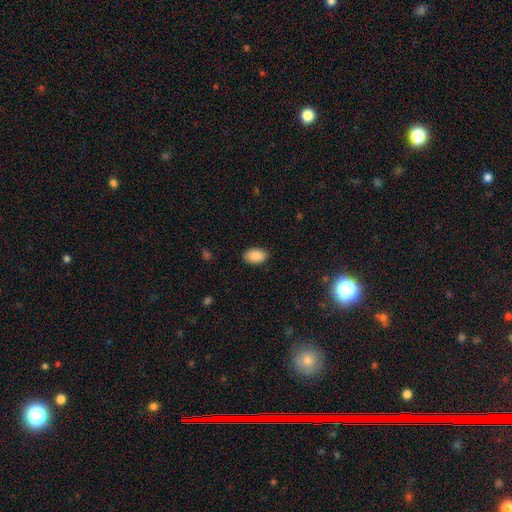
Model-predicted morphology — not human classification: This appears to be a smooth galaxy with no disk features (89%) that is in between round and cigar-shaped (92%). Merging: none (88%).